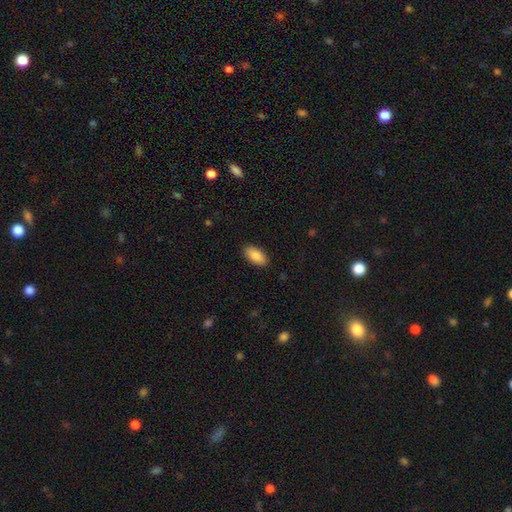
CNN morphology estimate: A smooth galaxy with no disk features (87%) that is in between round and cigar-shaped (93%). Merging: none (89%).